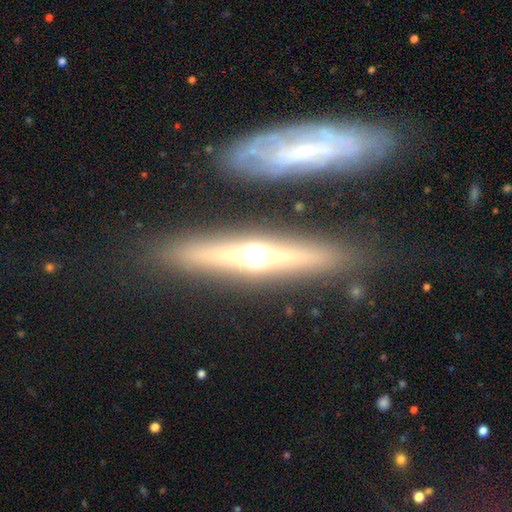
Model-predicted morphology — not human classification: Overall: featured or disk (71%). Edge-on disk: yes (94%). Edge-on bulge: rounded (93%). Merging: none (86%).